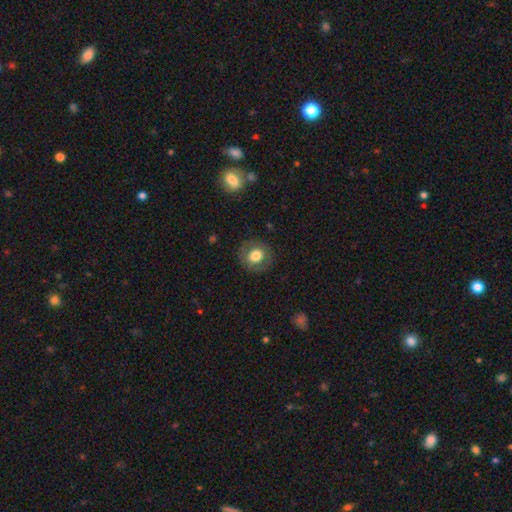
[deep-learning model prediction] A smooth galaxy with no disk features (72%) that is round (82%). Merging: none (85%).